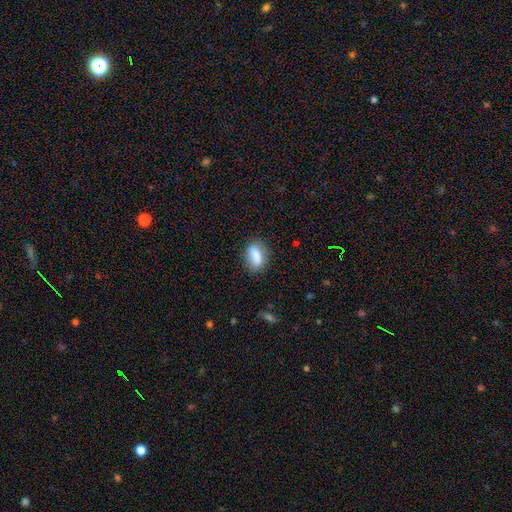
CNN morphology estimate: smooth_or_featured: smooth (p=0.78) [alt: featured or disk p=0.14]
how_rounded: in between (p=0.79) [alt: cigar-shaped p=0.11]
merging: none (p=0.76) [alt: minor disturbance p=0.17]